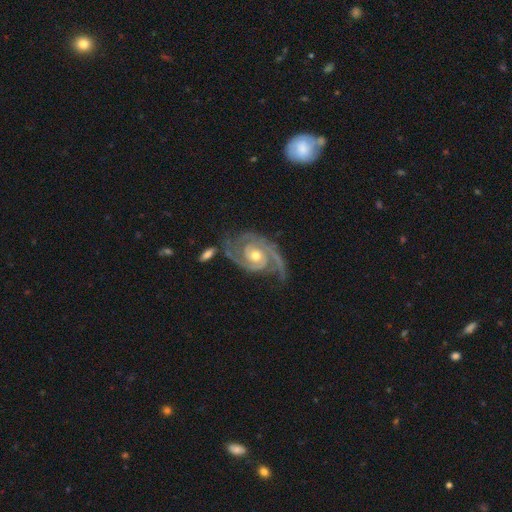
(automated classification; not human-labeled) A featured or disk galaxy (93%) with no bar (69%), 2 (67%) tight (54%) spiral arms (98%) and a moderate central bulge (67%).

Vote fractions:
- Smooth or featured? featured or disk: 93% / star or artifact: 4% / smooth: 4%
- Edge-on disk? no: 97% / yes: 3%
- Bar? no: 69% / weak: 23% / strong: 8%
- Spiral arms? yes: 98% / no: 2%
- Spiral winding? tight: 54% / medium: 38% / loose: 9%
- Spiral arm count? 2: 67% / 3: 18% / can't tell: 6% / 1: 4% / 4: 3% / more than 4: 3%
- Bulge size? moderate: 67% / small: 28% / large: 3% / none: 1% / dominant: 1%
- Merging? none: 61% / minor disturbance: 22% / major disturbance: 12% / merger: 5%